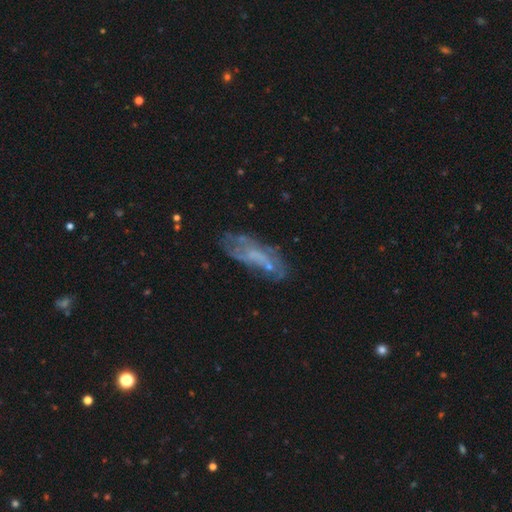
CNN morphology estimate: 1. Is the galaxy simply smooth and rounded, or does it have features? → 58% featured or disk, 30% smooth, 12% star or artifact.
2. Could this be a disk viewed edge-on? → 85% no, 15% yes.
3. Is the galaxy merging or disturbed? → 54% none, 22% minor disturbance, 18% major disturbance, 7% merger.